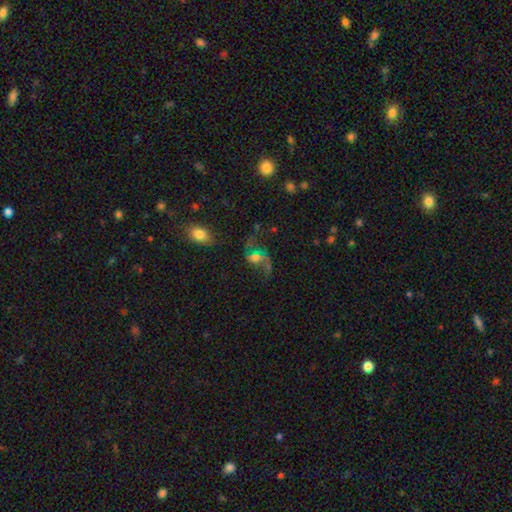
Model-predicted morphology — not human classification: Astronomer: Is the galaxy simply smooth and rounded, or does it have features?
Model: featured or disk — 68%.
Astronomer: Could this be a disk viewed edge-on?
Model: no — 97%.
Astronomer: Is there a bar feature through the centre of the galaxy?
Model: no — 51% (runner-up: weak, 39%).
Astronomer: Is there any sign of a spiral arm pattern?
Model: yes — 85%.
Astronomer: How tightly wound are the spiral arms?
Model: loose — 80%.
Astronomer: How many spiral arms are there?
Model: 2 — 81%.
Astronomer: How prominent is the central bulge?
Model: moderate — 47% (runner-up: small, 32%).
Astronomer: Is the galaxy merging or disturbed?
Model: none — 42% (runner-up: major disturbance, 32%).